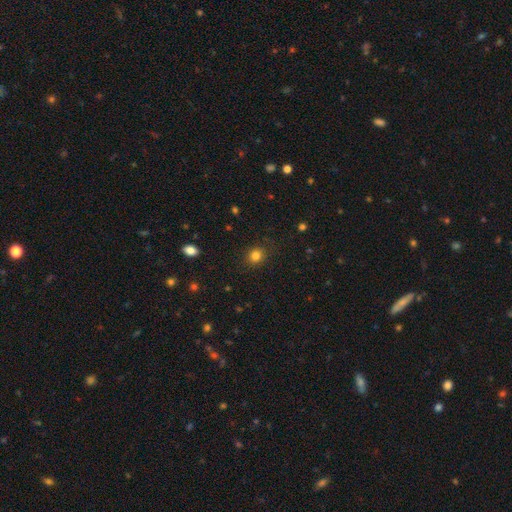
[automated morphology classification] This is clearly a smooth galaxy (82%). How rounded: likely round (75%). Merging: clearly none (85%).